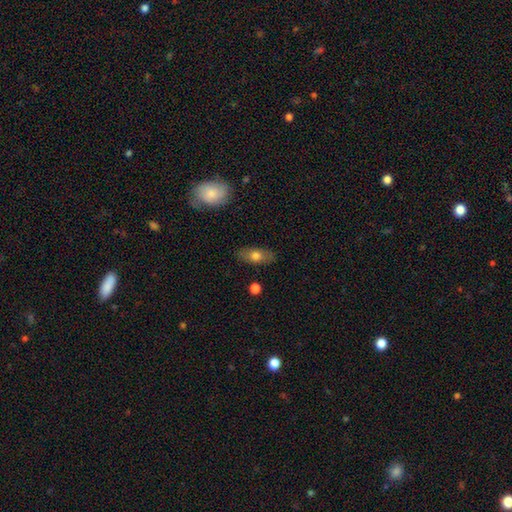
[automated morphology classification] A smooth galaxy with no disk features (69%) that is in between round and cigar-shaped (81%).

Vote fractions:
- Smooth or featured? smooth: 69% / featured or disk: 24% / star or artifact: 7%
- How rounded? in between: 81% / cigar-shaped: 12% / round: 7%
- Merging? none: 84% / minor disturbance: 11% / major disturbance: 3% / merger: 2%